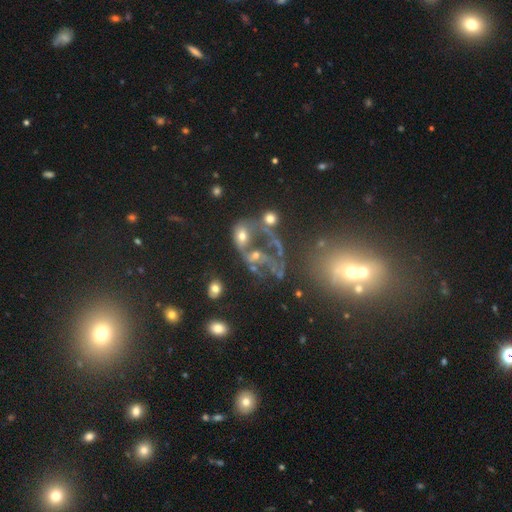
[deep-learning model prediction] smooth_or_featured: featured or disk (p=0.51) [alt: smooth p=0.28]
disk_edge_on: no (p=0.96) [alt: yes p=0.04]
merging: merger (p=0.48) [alt: major disturbance p=0.26]